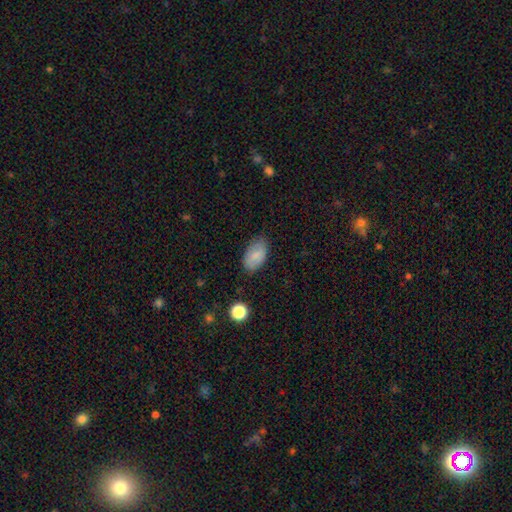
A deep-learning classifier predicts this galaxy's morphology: Q: Smooth or featured?
A: smooth (81%); runner-up: featured or disk (11%)
Q: How rounded?
A: in between (93%); runner-up: round (5%)
Q: Merging?
A: none (79%); runner-up: minor disturbance (17%)